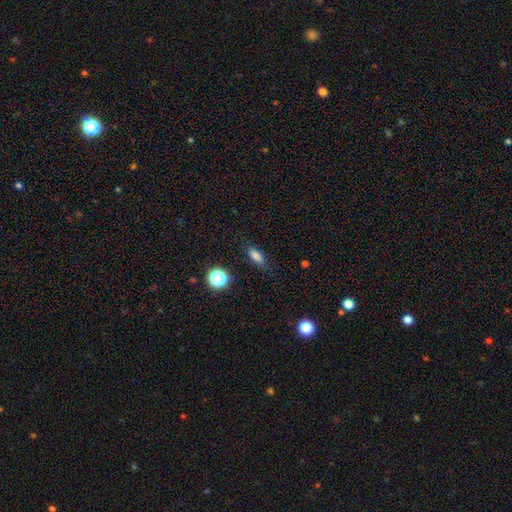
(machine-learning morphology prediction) smooth-or-featured: smooth: 80% | star or artifact: 12% | featured or disk: 8%
  how-rounded: in between: 66% | cigar-shaped: 26% | round: 8%
  merging: none: 83% | minor disturbance: 12% | major disturbance: 3% | merger: 2%